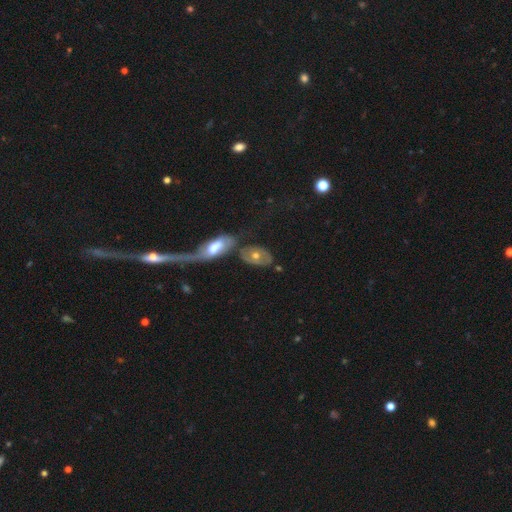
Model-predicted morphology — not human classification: The model was most divided on "smooth or featured": featured or disk: 50%, smooth: 43%, star or artifact: 7%. Remaining: merging — none (41%).